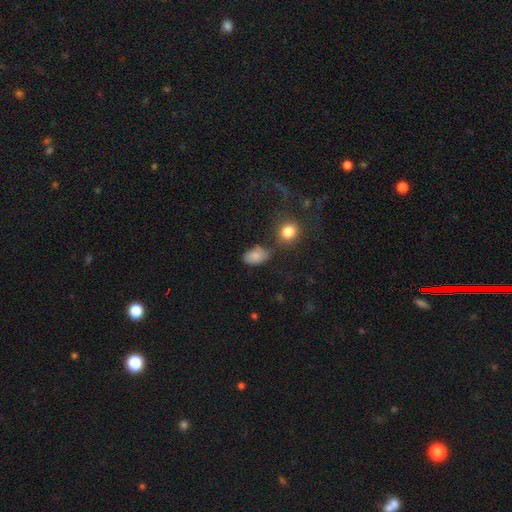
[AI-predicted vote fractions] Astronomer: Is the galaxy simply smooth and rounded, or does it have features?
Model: smooth — 79%.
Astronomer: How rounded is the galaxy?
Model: in between — 84%.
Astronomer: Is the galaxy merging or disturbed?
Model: none — 56%.